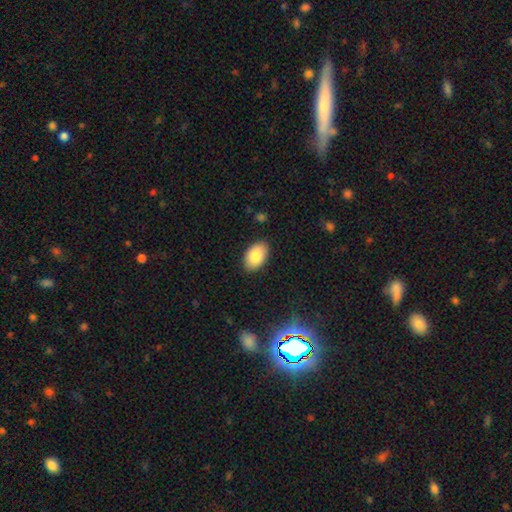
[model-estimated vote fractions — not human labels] Q: Smooth or featured?
A: smooth (86%); runner-up: featured or disk (8%)
Q: How rounded?
A: in between (92%); runner-up: round (7%)
Q: Merging?
A: none (87%); runner-up: minor disturbance (10%)